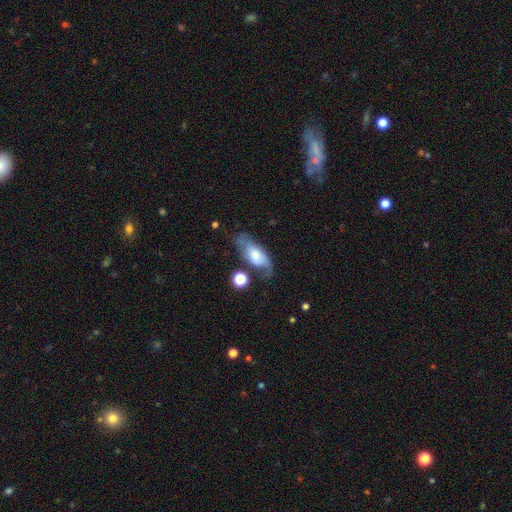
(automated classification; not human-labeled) Smooth or featured? Predicted: featured or disk (p=0.52). Edge-on disk? Predicted: no (p=0.85). Merging? Predicted: none (p=0.49).